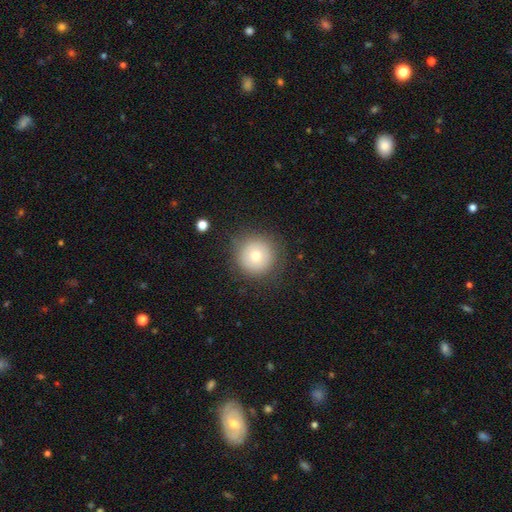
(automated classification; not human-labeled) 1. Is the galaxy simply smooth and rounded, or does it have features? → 71% smooth, 17% featured or disk, 13% star or artifact.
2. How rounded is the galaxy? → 95% round, 4% in between, 1% cigar-shaped.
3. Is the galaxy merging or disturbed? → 85% none, 10% minor disturbance, 4% major disturbance, 1% merger.